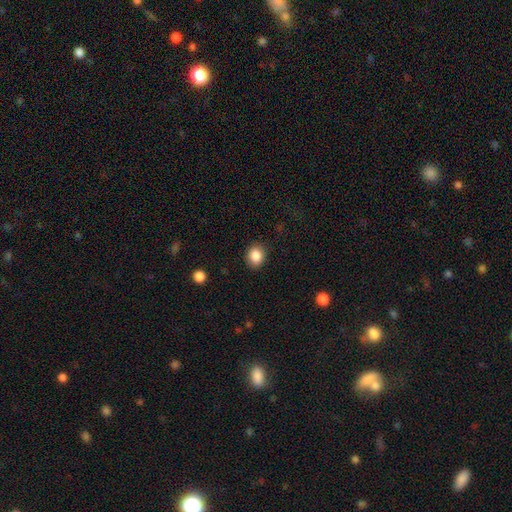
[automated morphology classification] smooth-or-featured: smooth: 87% | star or artifact: 9% | featured or disk: 4%
  how-rounded: round: 64% | in between: 35% | cigar-shaped: 1%
  merging: none: 87% | minor disturbance: 9% | major disturbance: 3% | merger: 1%